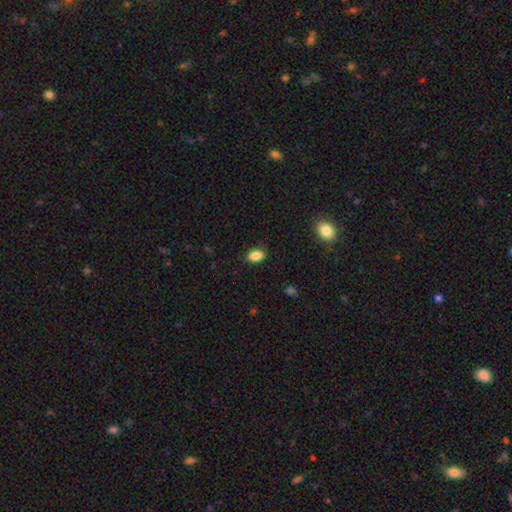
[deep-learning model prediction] This appears to be a smooth galaxy with no disk features (87%) that is in between round and cigar-shaped (89%). Merging: none (86%).